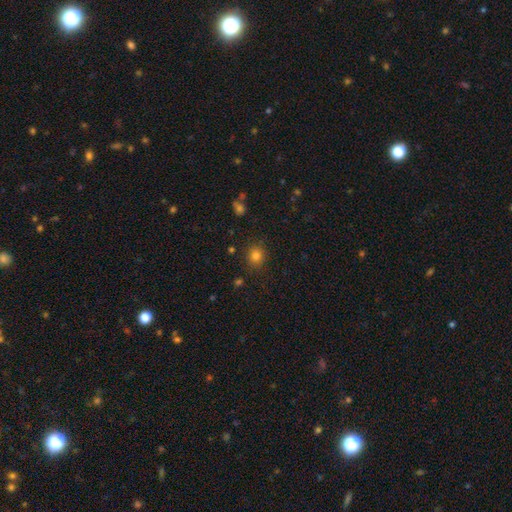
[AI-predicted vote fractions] Smooth or featured: smooth — 80% (star or artifact — 15%)
How rounded: round — 81% (in between — 18%)
Merging: none — 85% (minor disturbance — 10%)